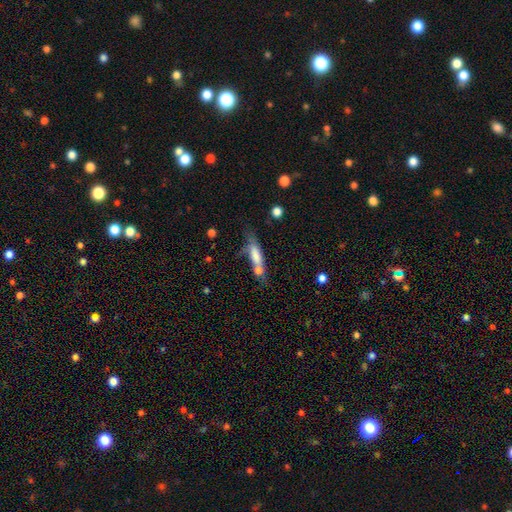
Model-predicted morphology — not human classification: smooth-or-featured: smooth: 67% | featured or disk: 25% | star or artifact: 8%
  how-rounded: cigar-shaped: 53% | in between: 44% | round: 4%
  merging: merger: 32% | none: 31% | minor disturbance: 20% | major disturbance: 17%